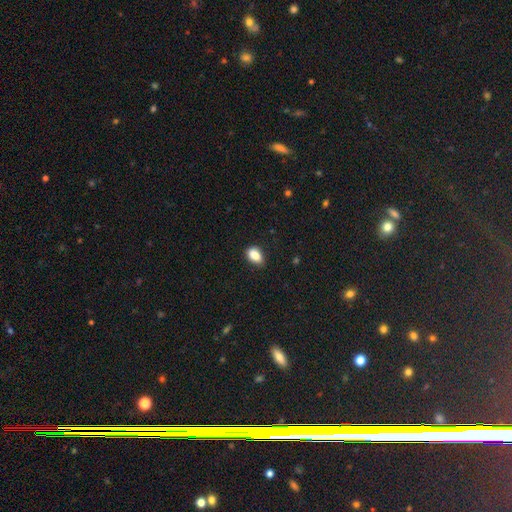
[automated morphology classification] type=smooth (86%); roundness=in between (87%); merging=none (74%).